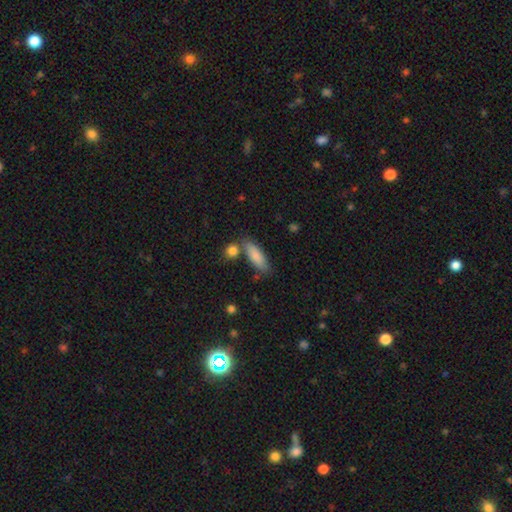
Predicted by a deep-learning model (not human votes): This appears to be a smooth galaxy with no disk features (83%) that is in between round and cigar-shaped (60%). Merging: none (70%).